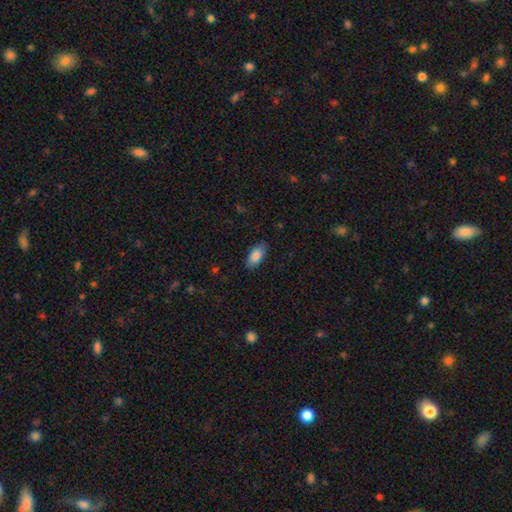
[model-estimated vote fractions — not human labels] smooth-or-featured: smooth: 86% | featured or disk: 8% | star or artifact: 6%
  how-rounded: in between: 91% | cigar-shaped: 7% | round: 2%
  merging: none: 85% | minor disturbance: 12% | major disturbance: 3% | merger: 1%